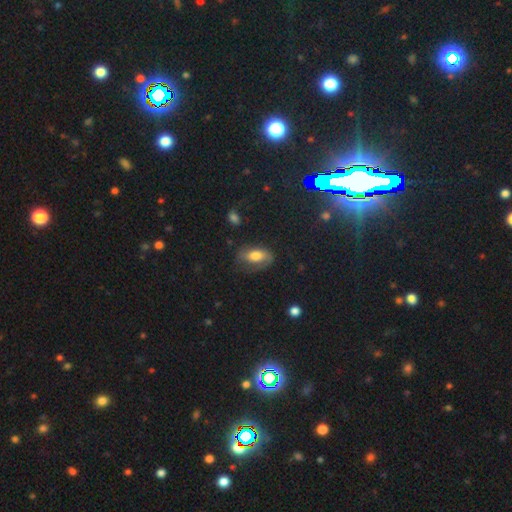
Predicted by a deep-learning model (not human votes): The model was most divided on "smooth or featured": smooth: 51%, featured or disk: 39%, star or artifact: 10%. More confident: how rounded — in between (86%); merging — none (61%).